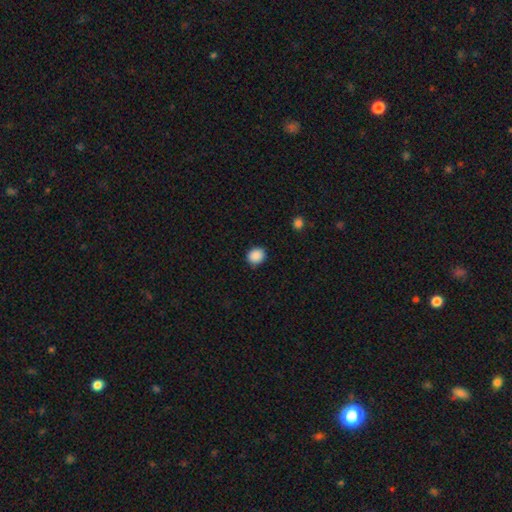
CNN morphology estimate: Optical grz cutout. It shows a smooth galaxy with no disk features (89%) that is round (75%). Merging: none (89%).